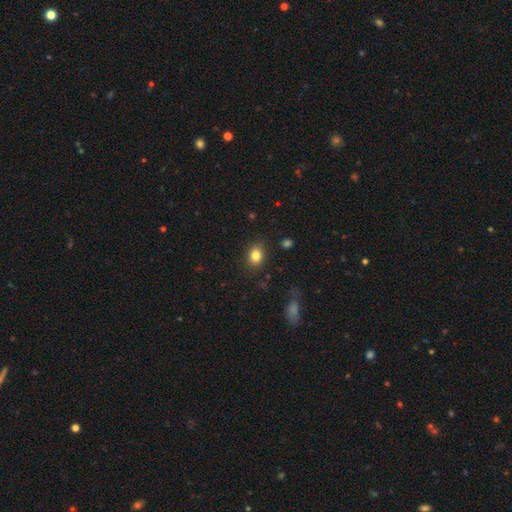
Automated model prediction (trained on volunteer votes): smooth_or_featured: smooth (p=0.83) [alt: star or artifact p=0.10]
how_rounded: in between (p=0.55) [alt: round p=0.44]
merging: none (p=0.84) [alt: minor disturbance p=0.11]